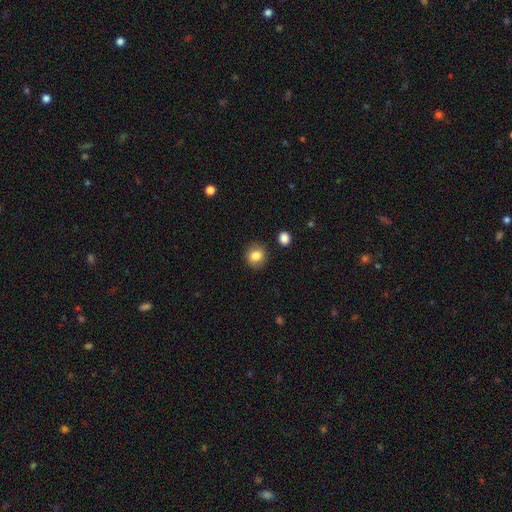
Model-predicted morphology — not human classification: A smooth galaxy with no disk features (85%) that is round (81%). Merging: none (88%).